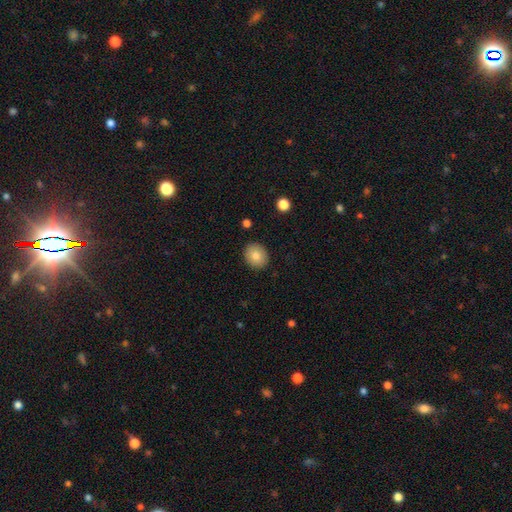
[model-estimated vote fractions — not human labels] Q: Smooth or featured?
A: smooth (81%); runner-up: featured or disk (10%)
Q: How rounded?
A: round (71%); runner-up: in between (28%)
Q: Merging?
A: none (90%); runner-up: minor disturbance (7%)